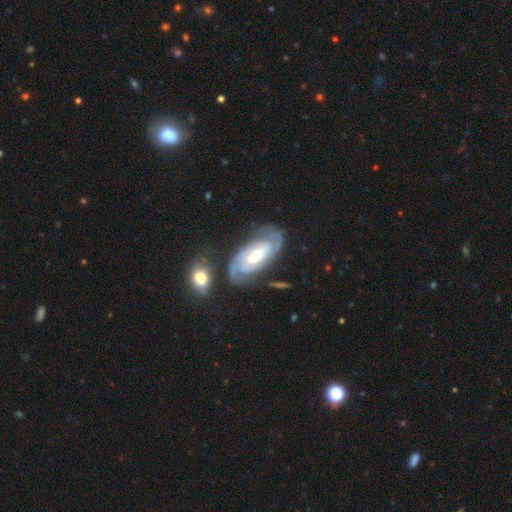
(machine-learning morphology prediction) Smooth or featured? featured or disk (86%)
Edge-on disk? no (95%)
Bar? no (45%)
Spiral arms? yes (96%)
Spiral winding? tight (65%)
Spiral arm count? 2 (57%)
Bulge size? moderate (55%)
Merging? none (67%)